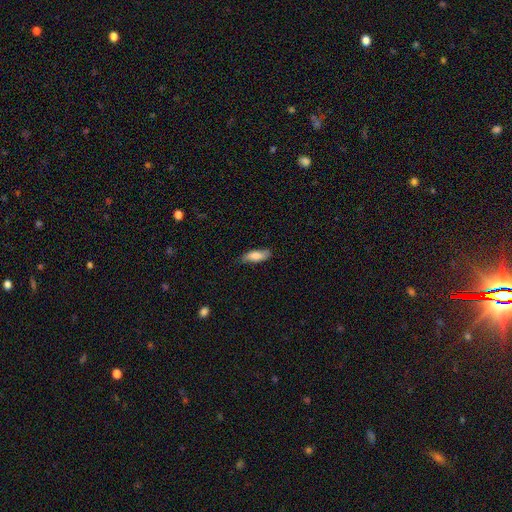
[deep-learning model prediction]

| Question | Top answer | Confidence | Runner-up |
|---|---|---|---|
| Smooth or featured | smooth | 81% | featured or disk (13%) |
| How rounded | in between | 65% | cigar-shaped (33%) |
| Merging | none | 74% | minor disturbance (21%) |